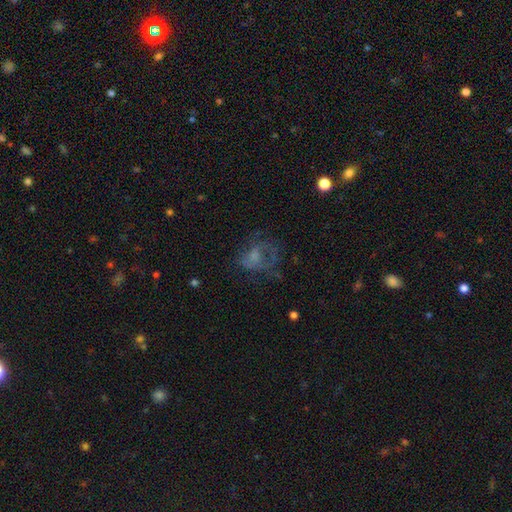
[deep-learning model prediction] This appears to be a featured or disk galaxy (45%). Merging: none (40%).